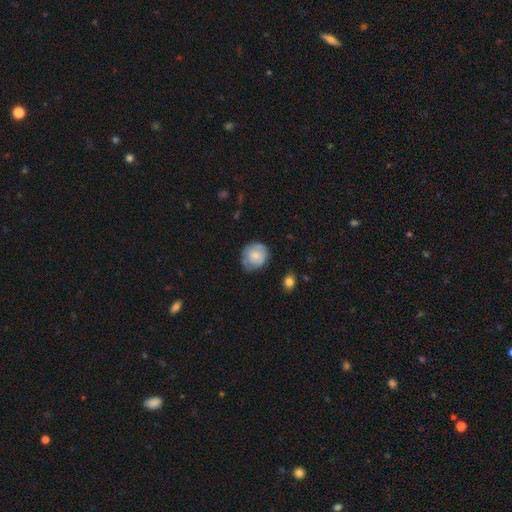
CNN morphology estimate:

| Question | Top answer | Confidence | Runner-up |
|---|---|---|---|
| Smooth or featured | smooth | 65% | featured or disk (28%) |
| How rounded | round | 78% | in between (21%) |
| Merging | none | 62% | minor disturbance (28%) |